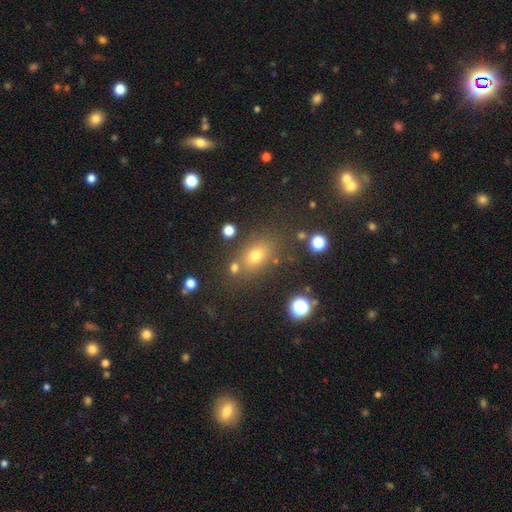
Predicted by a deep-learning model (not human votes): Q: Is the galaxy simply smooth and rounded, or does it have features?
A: smooth — 69%.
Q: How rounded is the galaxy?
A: in between — 67%.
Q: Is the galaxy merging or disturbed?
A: none — 72%.